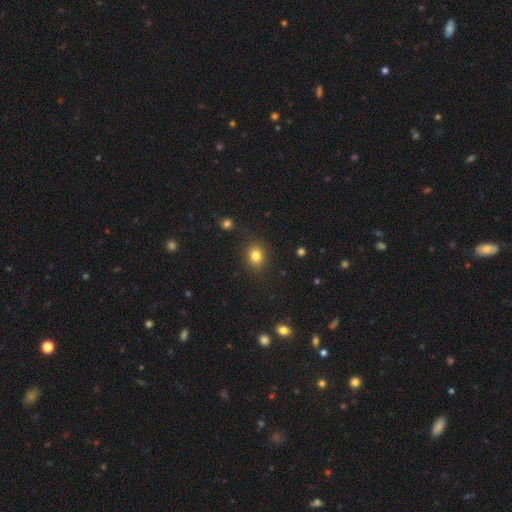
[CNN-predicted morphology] smooth_or_featured: smooth (p=0.81) [alt: star or artifact p=0.12]
how_rounded: round (p=0.68) [alt: in between p=0.31]
merging: none (p=0.85) [alt: minor disturbance p=0.10]